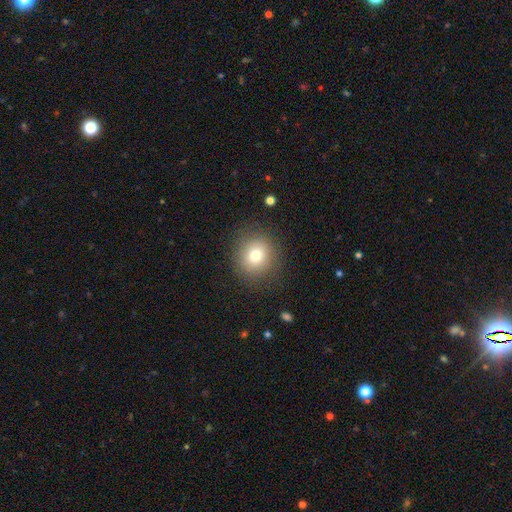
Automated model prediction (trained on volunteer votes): Smooth or featured? smooth (77%)
How rounded? round (88%)
Merging? none (86%)